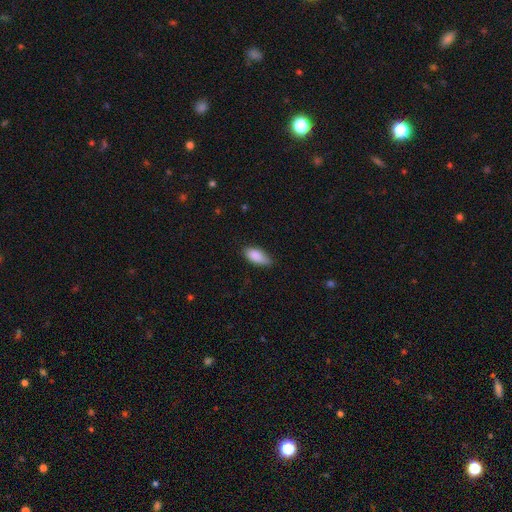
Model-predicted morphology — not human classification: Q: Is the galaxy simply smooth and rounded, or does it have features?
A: smooth — 88%.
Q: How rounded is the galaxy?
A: in between — 88%.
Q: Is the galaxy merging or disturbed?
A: none — 69%.